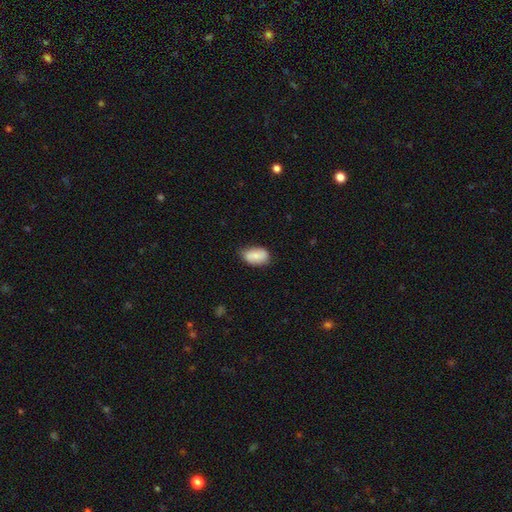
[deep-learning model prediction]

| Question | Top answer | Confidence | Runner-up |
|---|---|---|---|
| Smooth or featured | smooth | 75% | featured or disk (18%) |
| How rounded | in between | 90% | round (8%) |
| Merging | none | 68% | minor disturbance (26%) |